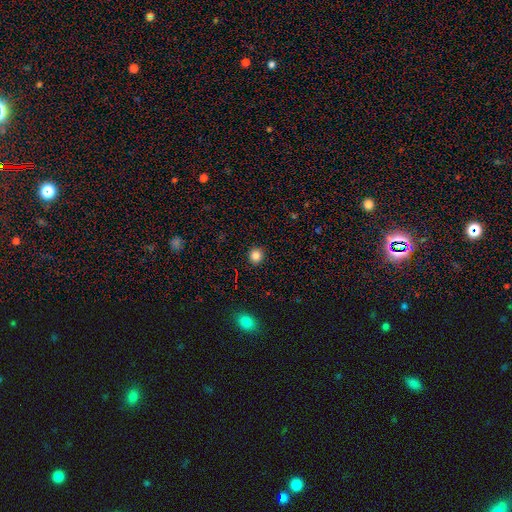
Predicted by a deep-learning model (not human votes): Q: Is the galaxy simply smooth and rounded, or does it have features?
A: smooth — 84%.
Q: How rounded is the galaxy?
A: round — 85%.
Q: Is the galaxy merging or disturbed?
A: none — 91%.